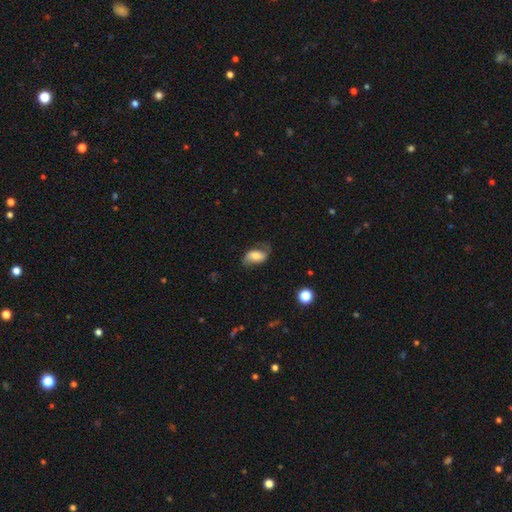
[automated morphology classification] A smooth galaxy with no disk features (54%) that is in between round and cigar-shaped (89%).

Vote fractions:
- Smooth or featured? smooth: 54% / featured or disk: 38% / star or artifact: 8%
- How rounded? in between: 89% / round: 8% / cigar-shaped: 3%
- Merging? none: 59% / minor disturbance: 26% / major disturbance: 13% / merger: 2%